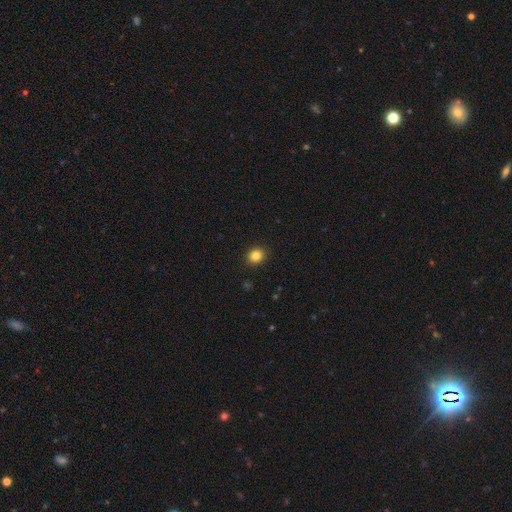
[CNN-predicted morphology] type=smooth (84%); roundness=round (75%); merging=none (91%).